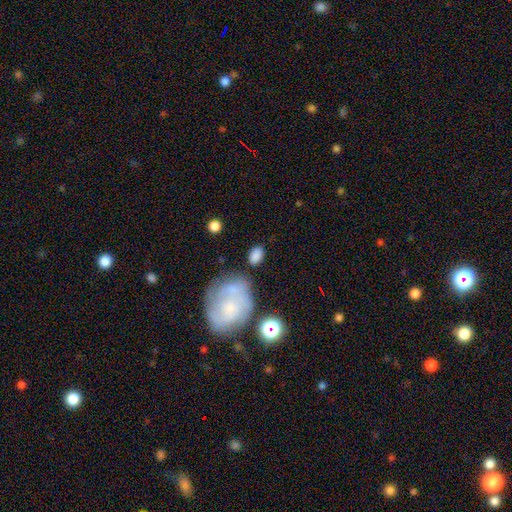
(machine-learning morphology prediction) type=smooth (82%); roundness=in between (86%); merging=none (71%).